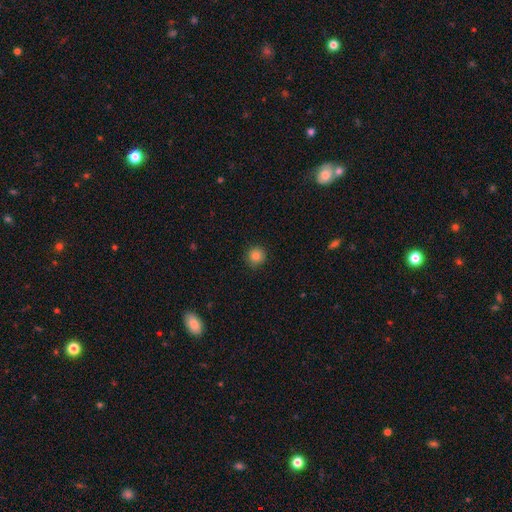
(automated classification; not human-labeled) A smooth galaxy with no disk features (84%) that is round (94%). Merging: none (90%).